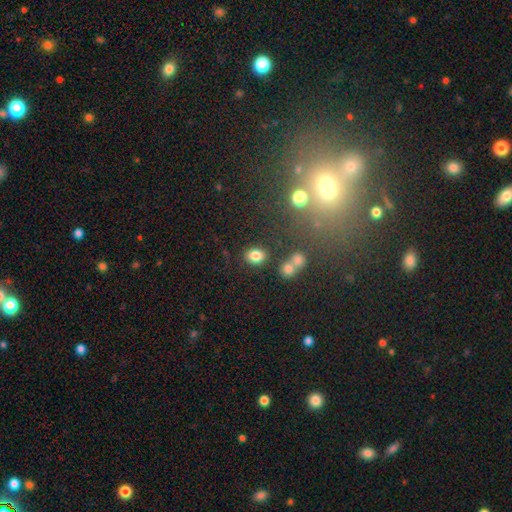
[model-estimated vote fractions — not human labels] smooth_or_featured: smooth (p=0.80) [alt: star or artifact p=0.12]
how_rounded: in between (p=0.58) [alt: round p=0.41]
merging: none (p=0.79) [alt: minor disturbance p=0.10]